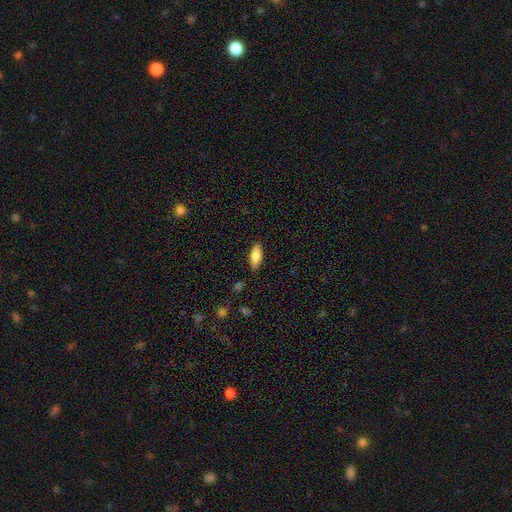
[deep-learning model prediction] Smooth or featured? Predicted: smooth (p=0.80). How rounded? Predicted: in between (p=0.76). Merging? Predicted: none (p=0.84).